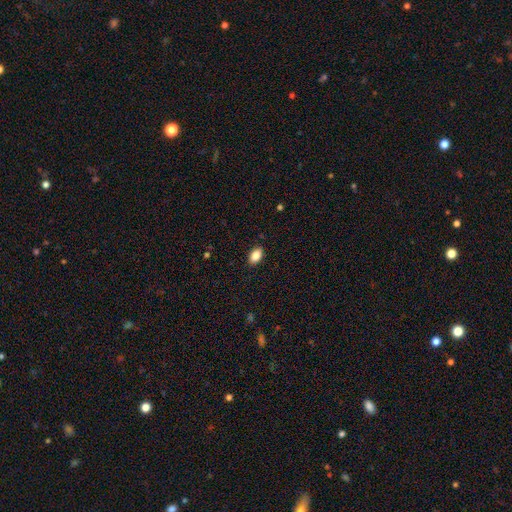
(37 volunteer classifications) smooth 92%, star or artifact 5%, featured or disk 3%. Down the decision tree: how rounded — in between (94%); merging — none (83%).